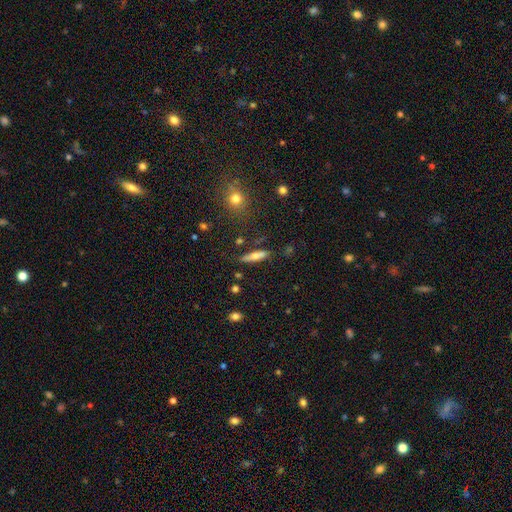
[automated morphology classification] Overall: smooth (53%; featured or disk 38%). How rounded: cigar-shaped (72%). Merging: none (80%).